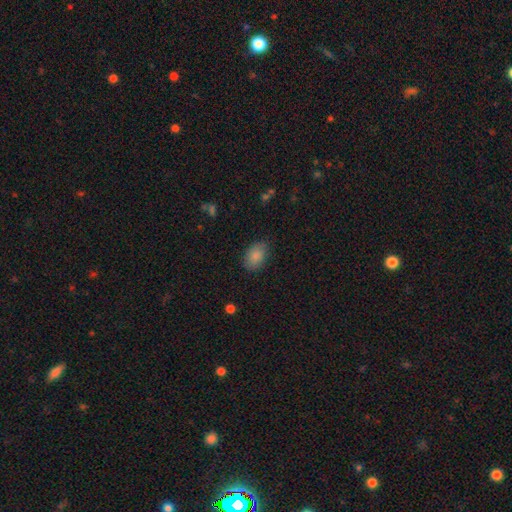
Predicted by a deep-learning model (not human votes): smooth_or_featured: smooth (p=0.87) [alt: star or artifact p=0.07]
how_rounded: in between (p=0.86) [alt: round p=0.12]
merging: none (p=0.82) [alt: minor disturbance p=0.14]